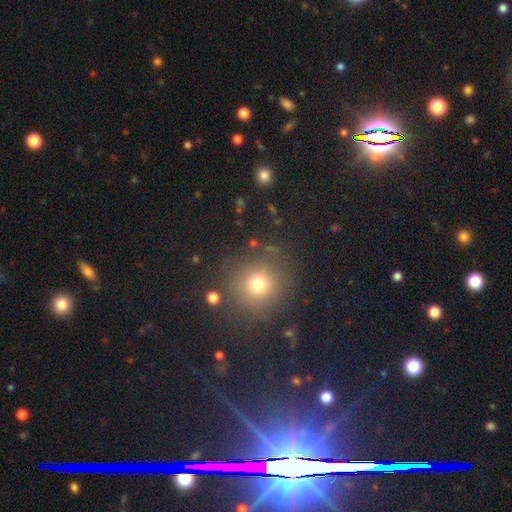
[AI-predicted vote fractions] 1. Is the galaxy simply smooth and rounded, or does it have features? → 46% star or artifact, 38% smooth, 16% featured or disk.